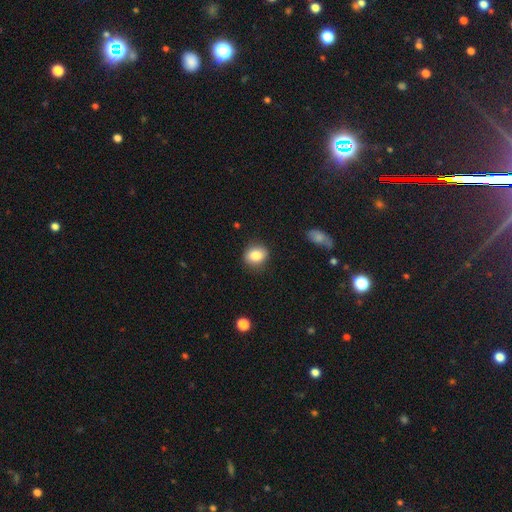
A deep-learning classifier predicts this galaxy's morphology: Smooth or featured?
  - smooth: 85% *
  - star or artifact: 9%
  - featured or disk: 7%
How rounded?
  - round: 52% *
  - in between: 46%
  - cigar-shaped: 1%
Merging?
  - none: 83% *
  - minor disturbance: 12%
  - major disturbance: 3%
  - merger: 1%